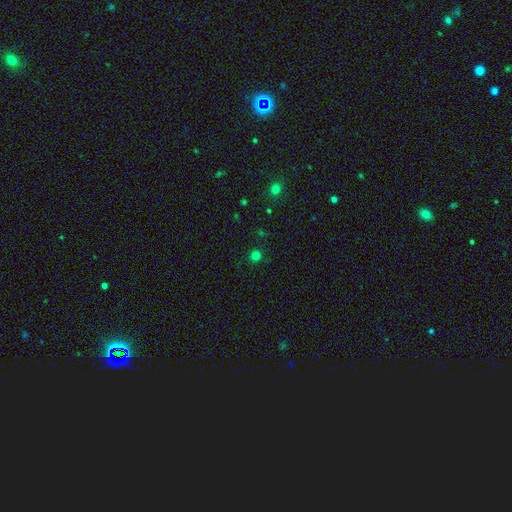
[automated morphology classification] type=smooth (76%); roundness=round (92%); merging=none (89%).